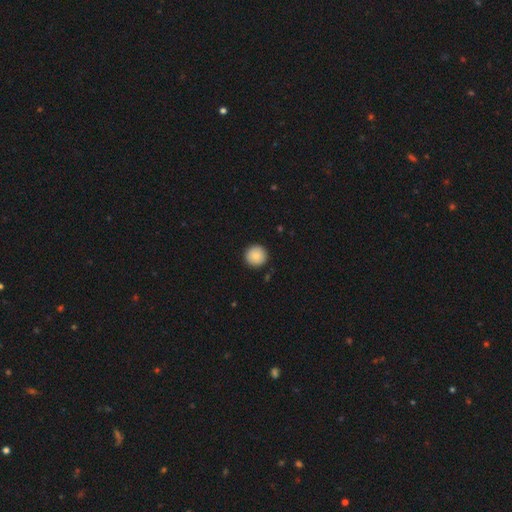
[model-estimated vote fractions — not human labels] This appears to be a smooth galaxy with no disk features (88%) that is round (96%). Merging: none (92%).